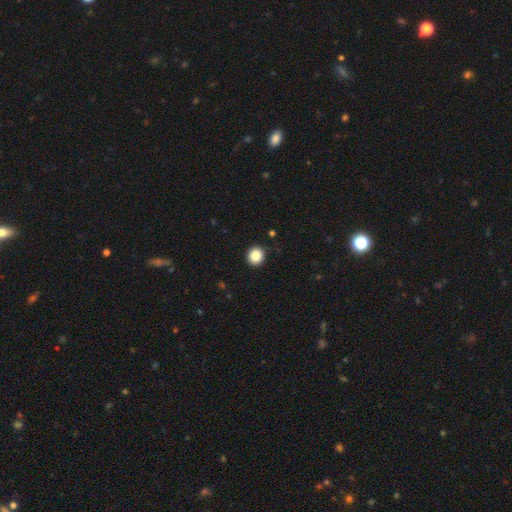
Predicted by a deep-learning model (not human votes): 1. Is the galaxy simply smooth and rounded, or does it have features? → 85% smooth, 10% star or artifact, 5% featured or disk.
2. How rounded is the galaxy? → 85% round, 14% in between, 1% cigar-shaped.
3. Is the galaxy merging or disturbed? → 90% none, 7% minor disturbance, 2% major disturbance, 1% merger.